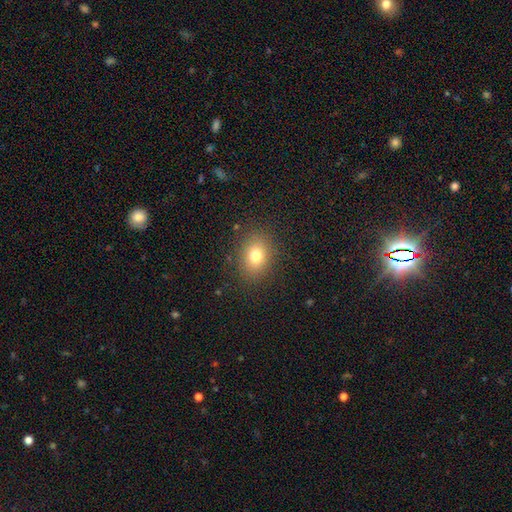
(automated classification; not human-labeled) Overall: smooth (77%). How rounded: in between (57%; round 42%). Merging: none (87%).